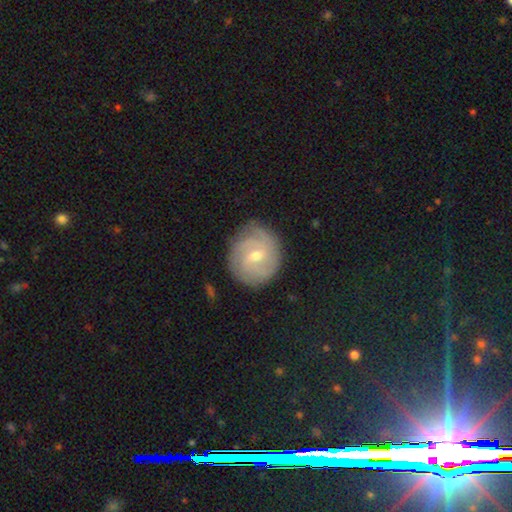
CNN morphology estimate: Smooth or featured: featured or disk — 77% (smooth — 16%)
Edge-on disk: no — 97% (yes — 3%)
Bar: weak — 57% (no — 30%)
Spiral arms: yes — 94% (no — 6%)
Spiral winding: tight — 66% (medium — 27%)
Spiral arm count: can't tell — 31% (3 — 26%)
Bulge size: moderate — 56% (small — 41%)
Merging: none — 79% (minor disturbance — 15%)